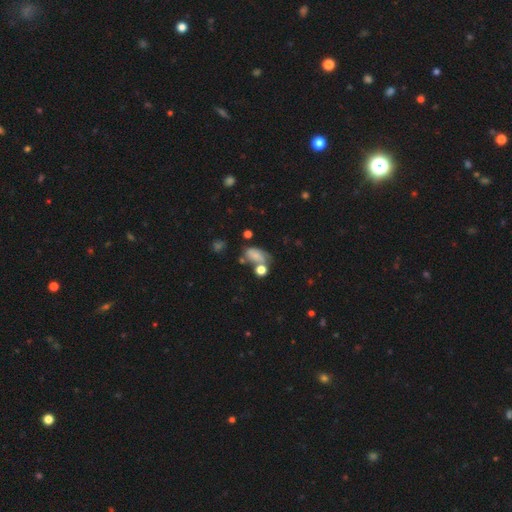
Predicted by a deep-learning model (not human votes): smooth 60%, featured or disk 25%, star or artifact 15%. Down the decision tree: how rounded — in between (83%); merging — none (34%).